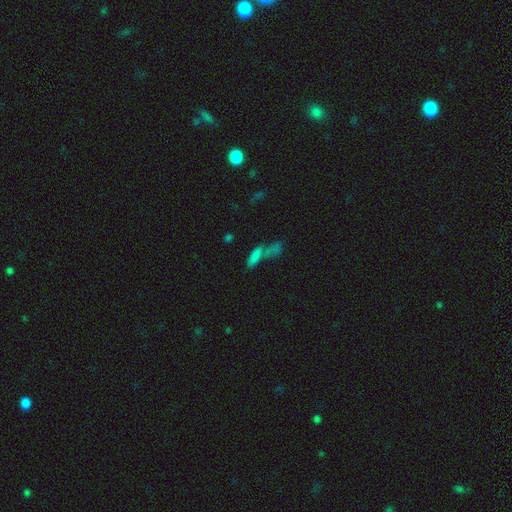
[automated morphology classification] A smooth galaxy with no disk features (71%) that is in between round and cigar-shaped (52%).

Vote fractions:
- Smooth or featured? smooth: 71% / star or artifact: 16% / featured or disk: 13%
- How rounded? in between: 52% / cigar-shaped: 43% / round: 5%
- Merging? merger: 51% / none: 32% / minor disturbance: 10% / major disturbance: 8%